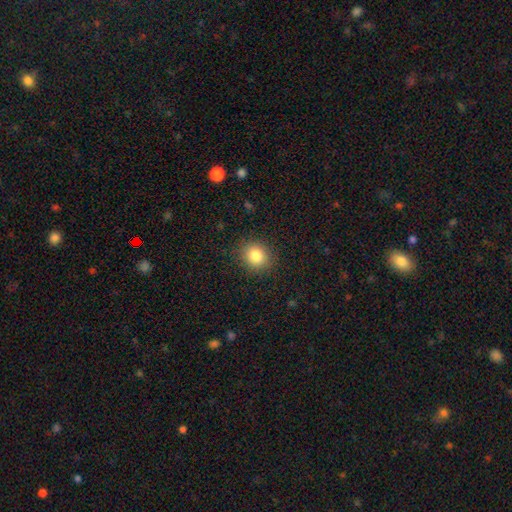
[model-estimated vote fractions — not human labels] smooth 84%, star or artifact 10%, featured or disk 6%. Down the decision tree: how rounded — round (78%); merging — none (88%).